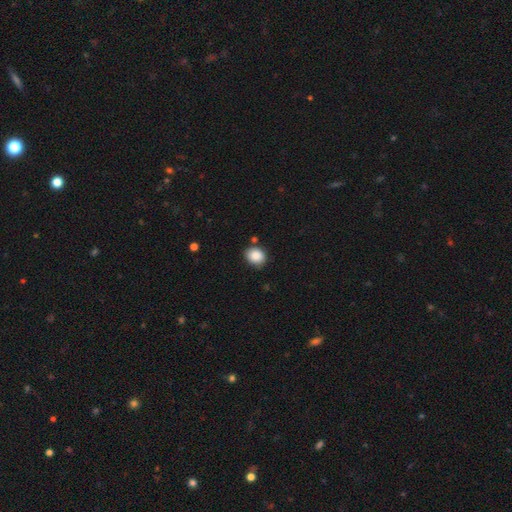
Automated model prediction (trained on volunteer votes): smooth_or_featured: smooth (p=0.87) [alt: star or artifact p=0.08]
how_rounded: round (p=0.62) [alt: in between p=0.37]
merging: none (p=0.79) [alt: minor disturbance p=0.13]